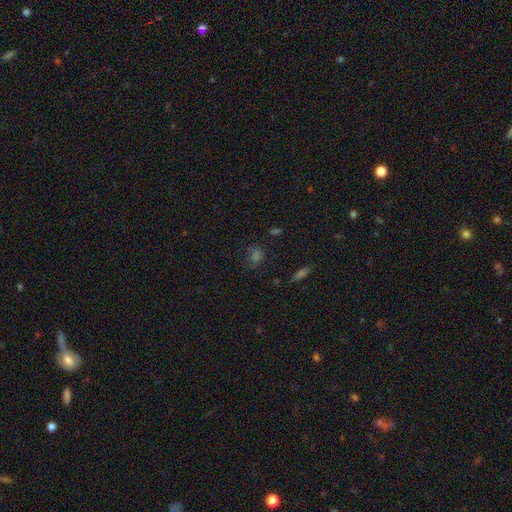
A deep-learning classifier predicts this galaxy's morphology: smooth_or_featured: smooth (p=0.53) [alt: star or artifact p=0.35]
how_rounded: round (p=0.67) [alt: in between p=0.30]
merging: none (p=0.76) [alt: minor disturbance p=0.15]